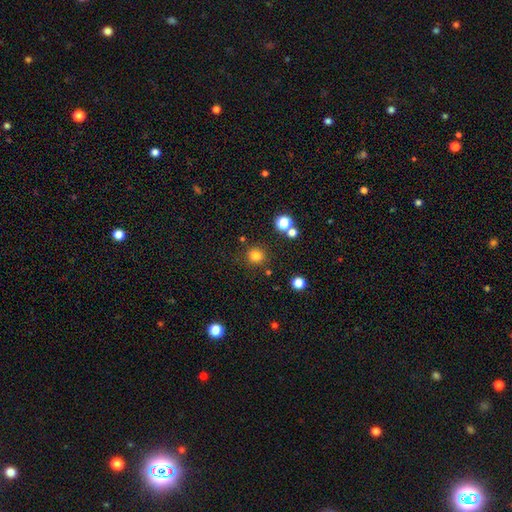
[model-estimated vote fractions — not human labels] Q: Smooth or featured?
A: smooth (80%); runner-up: star or artifact (14%)
Q: How rounded?
A: round (92%); runner-up: in between (7%)
Q: Merging?
A: none (87%); runner-up: minor disturbance (7%)